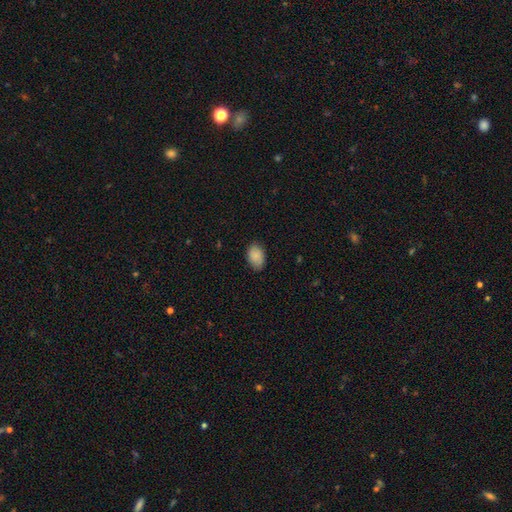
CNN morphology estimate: Smooth or featured? Predicted: smooth (p=0.88). How rounded? Predicted: in between (p=0.86). Merging? Predicted: none (p=0.81).